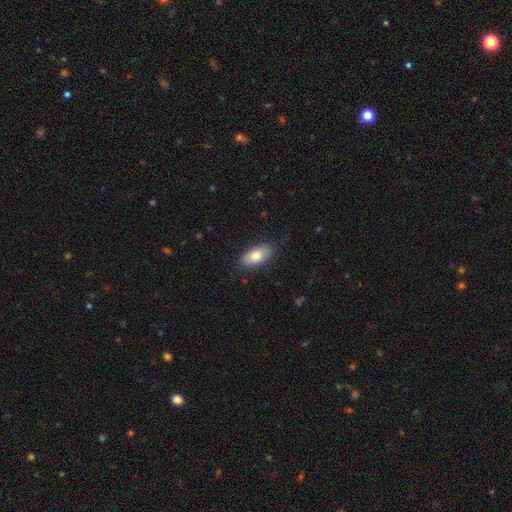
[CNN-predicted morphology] This is clearly a smooth galaxy (80%). How rounded: clearly in between (92%). Merging: clearly none (84%).